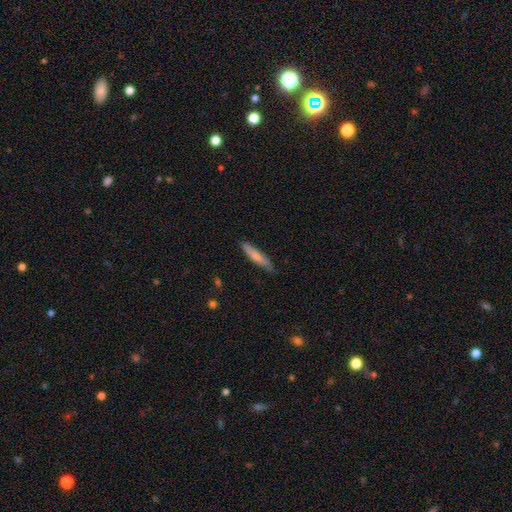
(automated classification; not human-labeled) smooth-or-featured: smooth: 72% | featured or disk: 23% | star or artifact: 5%
  how-rounded: cigar-shaped: 85% | in between: 14% | round: 1%
  merging: none: 81% | minor disturbance: 15% | major disturbance: 2% | merger: 1%